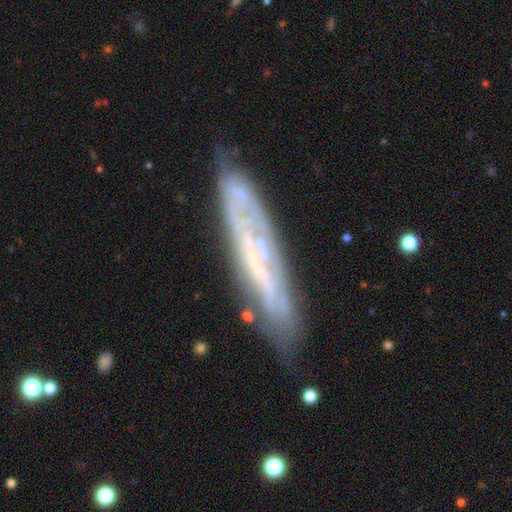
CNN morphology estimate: Smooth or featured? featured or disk (66%)
Edge-on disk? yes (57%)
Merging? none (74%)